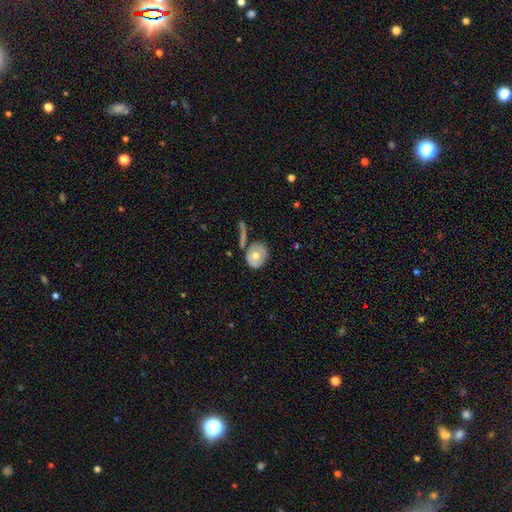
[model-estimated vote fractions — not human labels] smooth-or-featured: smooth: 63% | featured or disk: 30% | star or artifact: 7%
  how-rounded: round: 66% | in between: 33% | cigar-shaped: 2%
  merging: none: 61% | minor disturbance: 19% | merger: 12% | major disturbance: 8%